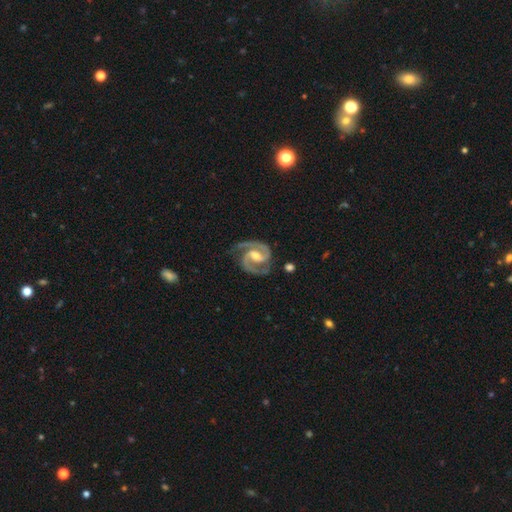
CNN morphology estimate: featured or disk 94%, star or artifact 4%, smooth 3%. Down the decision tree: edge-on disk — no (98%); bar — weak (46%); spiral arms — yes (99%); spiral arm count — 2 (94%); spiral winding — medium (56%); bulge size — moderate (65%); merging — none (79%).